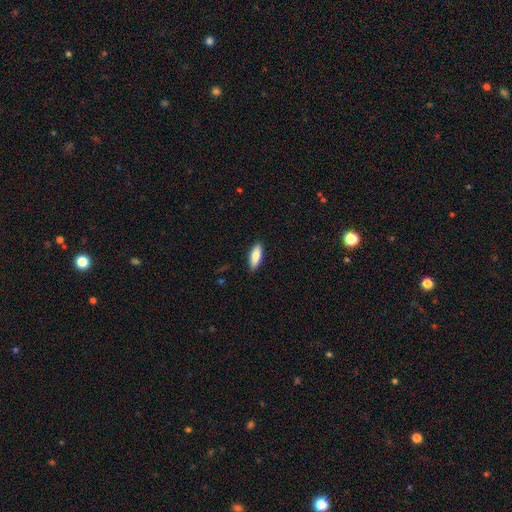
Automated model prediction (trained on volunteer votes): smooth 84%, featured or disk 10%, star or artifact 6%. Down the decision tree: how rounded — in between (60%); merging — none (89%).